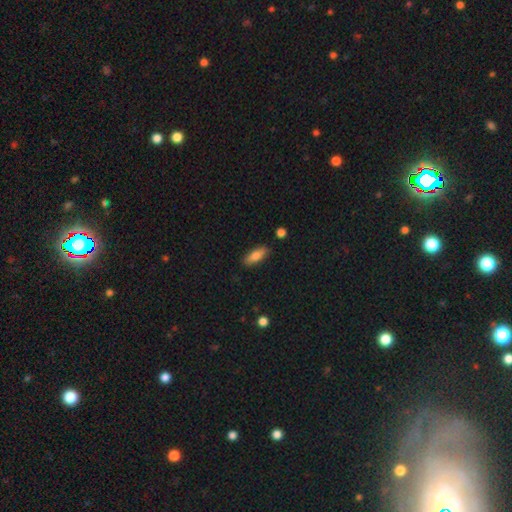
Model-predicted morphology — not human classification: The model was most divided on "how rounded": in between: 68%, cigar-shaped: 30%, round: 3%. More confident: merging — none (85%); smooth or featured — smooth (77%).